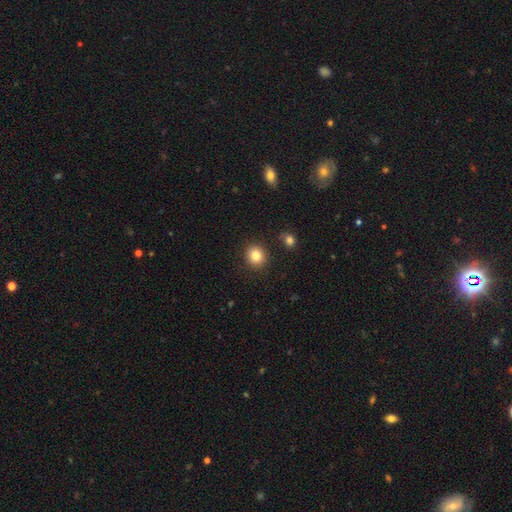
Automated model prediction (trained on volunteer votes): This appears to be a smooth galaxy with no disk features (83%) that is round (79%). Merging: none (88%).